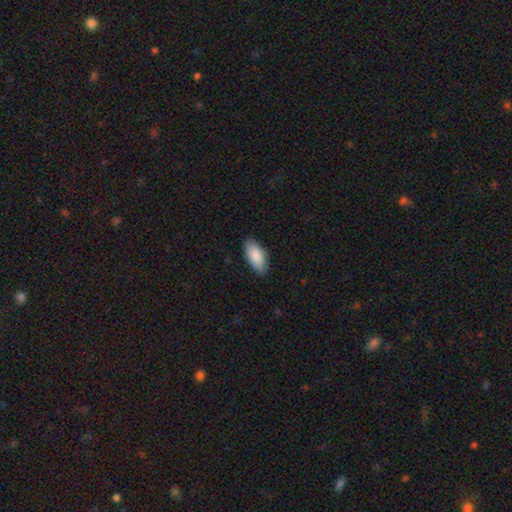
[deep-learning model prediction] Smooth or featured?
  - smooth: 89% *
  - featured or disk: 6%
  - star or artifact: 6%
How rounded?
  - in between: 91% *
  - cigar-shaped: 8%
  - round: 2%
Merging?
  - none: 86% *
  - minor disturbance: 11%
  - major disturbance: 2%
  - merger: 1%